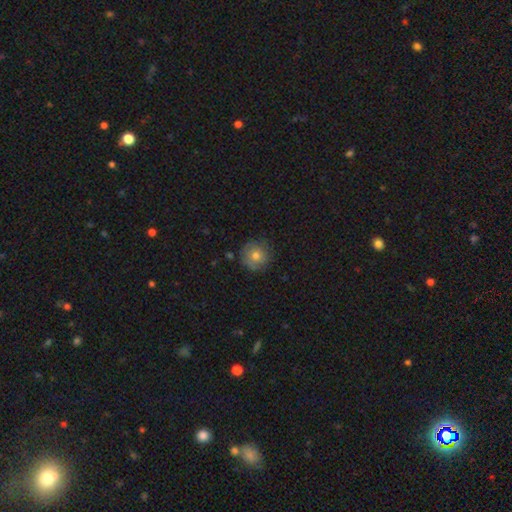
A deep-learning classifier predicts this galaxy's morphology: This appears to be a smooth galaxy with no disk features (67%) that is round (94%). Merging: none (80%).